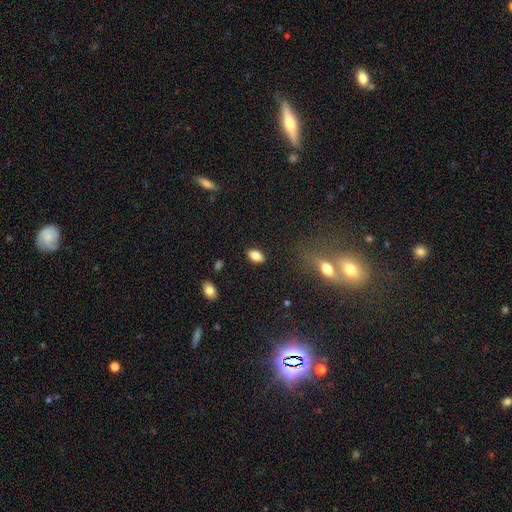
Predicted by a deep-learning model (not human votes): This is clearly a smooth galaxy (84%). How rounded: clearly in between (90%). Merging: clearly none (87%).